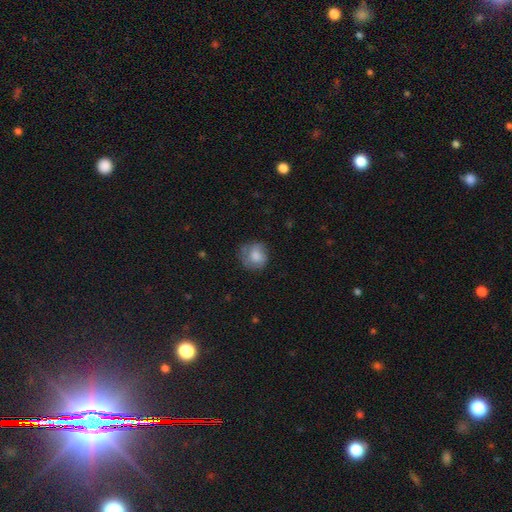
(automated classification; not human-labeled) Smooth or featured?
  - smooth: 75% *
  - featured or disk: 17%
  - star or artifact: 8%
How rounded?
  - round: 81% *
  - in between: 18%
  - cigar-shaped: 1%
Merging?
  - none: 63% *
  - minor disturbance: 25%
  - major disturbance: 11%
  - merger: 2%